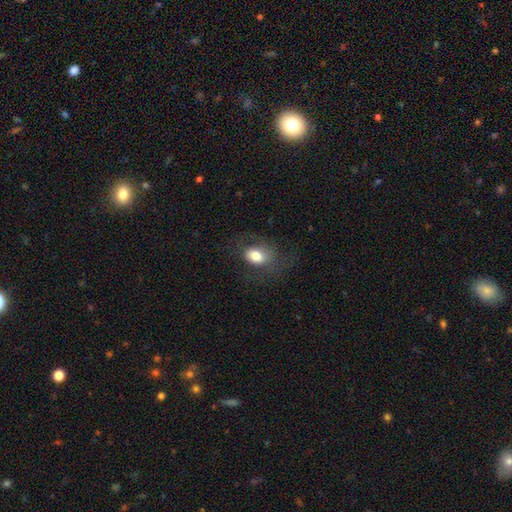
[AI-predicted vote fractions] The model was most divided on "merging": none: 64%, minor disturbance: 19%, major disturbance: 15%, merger: 1%. More confident: smooth or featured — smooth (75%); how rounded — in between (75%).